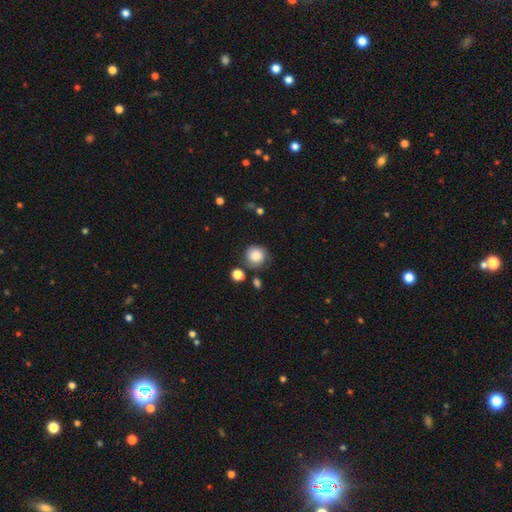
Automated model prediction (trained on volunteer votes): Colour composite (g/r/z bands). It shows a smooth galaxy with no disk features (73%) that is round (89%). Merging: none (67%).